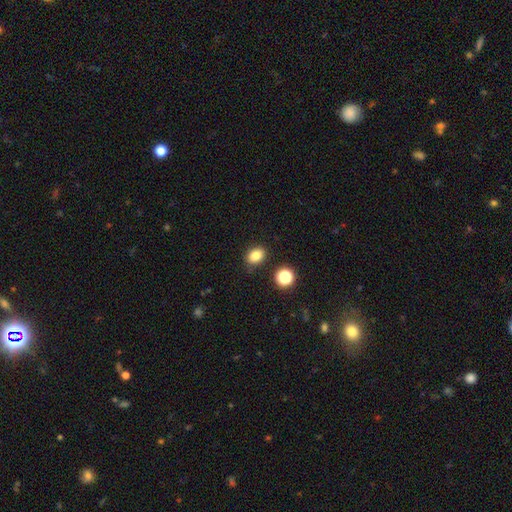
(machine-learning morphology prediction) Overall: smooth (83%). How rounded: in between (67%; round 32%). Merging: none (84%).